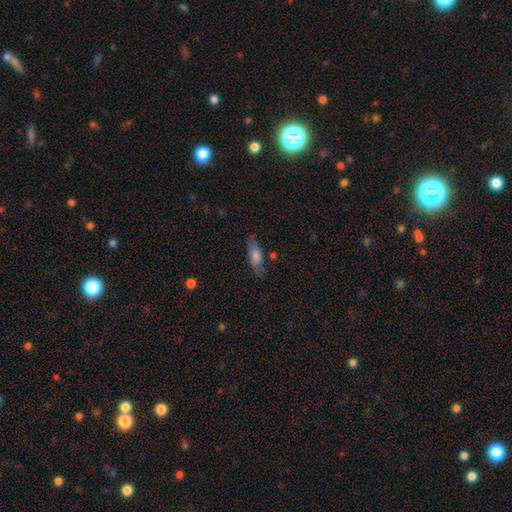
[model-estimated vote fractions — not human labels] smooth_or_featured: smooth (p=0.71) [alt: featured or disk p=0.21]
how_rounded: in between (p=0.61) [alt: cigar-shaped p=0.36]
merging: none (p=0.65) [alt: minor disturbance p=0.24]